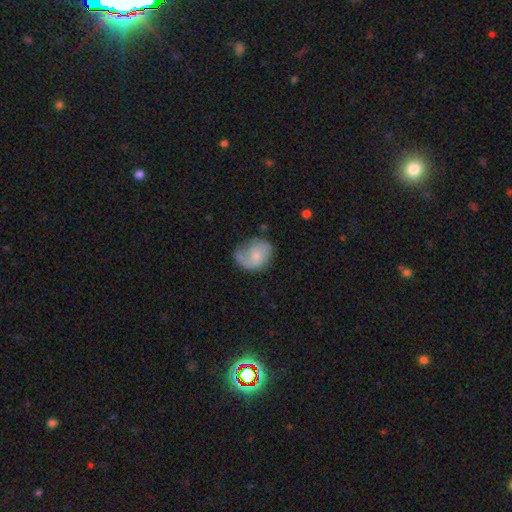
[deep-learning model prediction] Overall: featured or disk (49%; smooth 44%). Merging: none (46%; minor disturbance 30%).